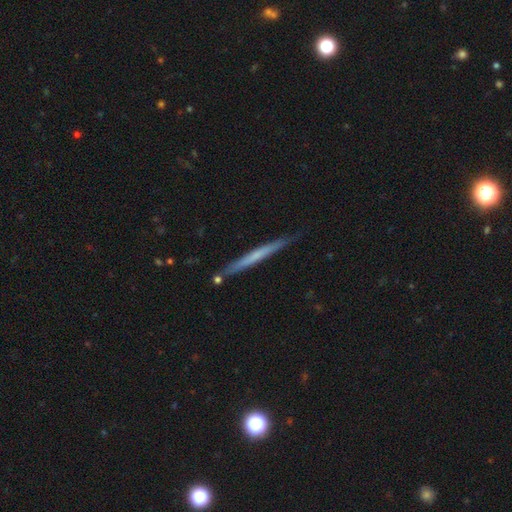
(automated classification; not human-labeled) Smooth or featured? featured or disk (48%)
Merging? none (85%)